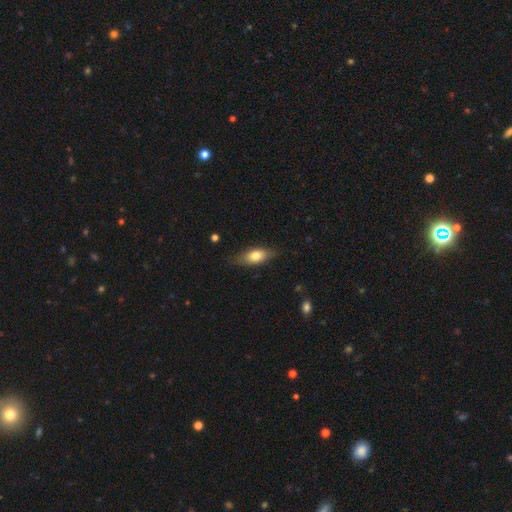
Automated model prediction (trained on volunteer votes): A smooth galaxy with no disk features (70%) that is in between round and cigar-shaped (77%).

Vote fractions:
- Smooth or featured? smooth: 70% / featured or disk: 23% / star or artifact: 7%
- How rounded? in between: 77% / cigar-shaped: 19% / round: 5%
- Merging? none: 77% / minor disturbance: 18% / major disturbance: 3% / merger: 1%